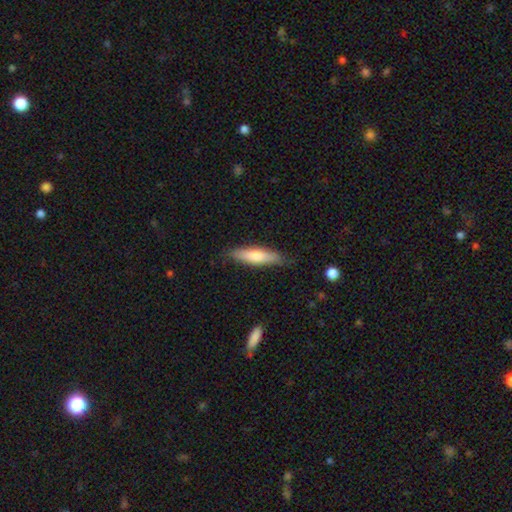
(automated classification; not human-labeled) Overall: smooth (67%). How rounded: cigar-shaped (72%). Merging: none (82%).